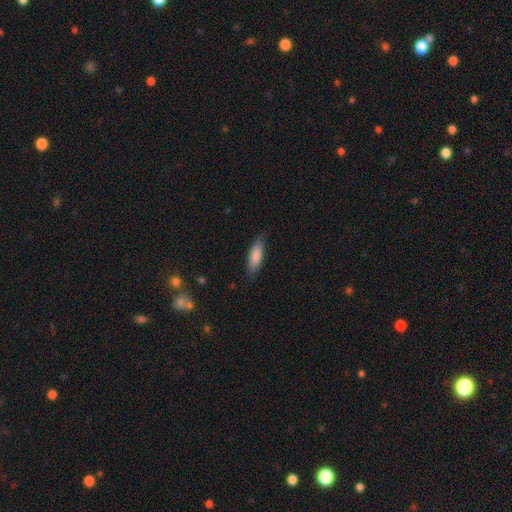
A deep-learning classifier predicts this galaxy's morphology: This appears to be a smooth galaxy with no disk features (84%) that is in between round and cigar-shaped (53%). Merging: none (81%).